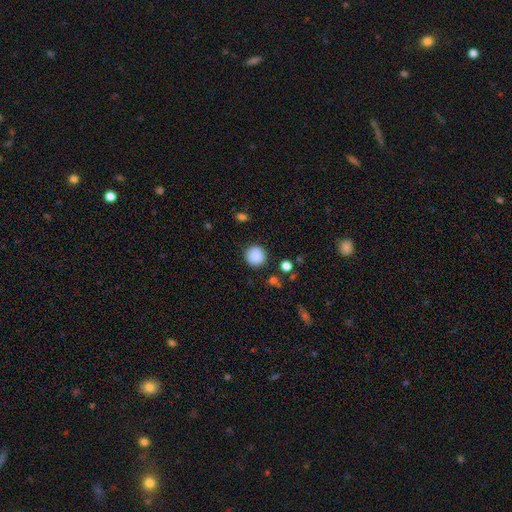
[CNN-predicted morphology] smooth 87%, star or artifact 9%, featured or disk 4%. Down the decision tree: how rounded — round (92%); merging — none (85%).